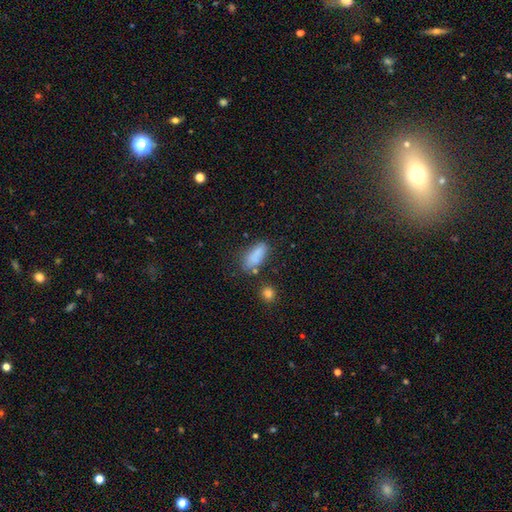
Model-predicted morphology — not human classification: Smooth or featured? Predicted: smooth (p=0.82). How rounded? Predicted: in between (p=0.80). Merging? Predicted: none (p=0.62).